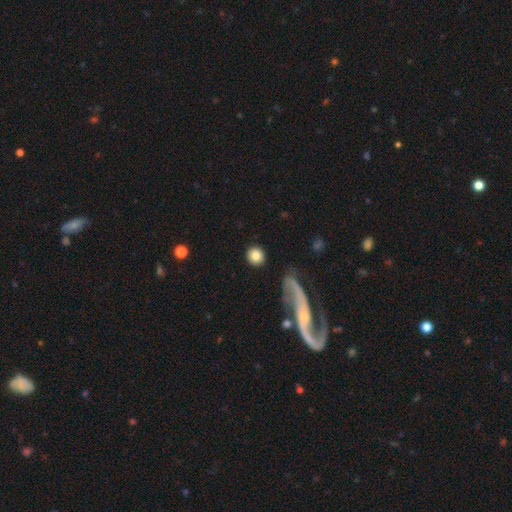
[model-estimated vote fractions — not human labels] A smooth galaxy with no disk features (82%) that is round (91%). Merging: none (88%).